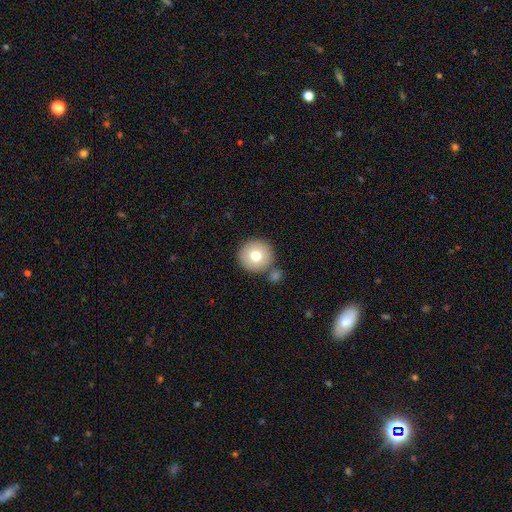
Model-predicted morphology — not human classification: Overall: smooth (76%). How rounded: round (94%). Merging: none (78%).